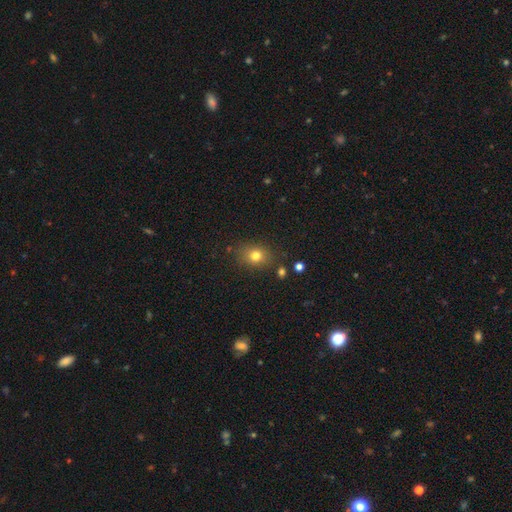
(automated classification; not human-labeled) smooth 77%, star or artifact 14%, featured or disk 9%. Down the decision tree: how rounded — round (52%); merging — none (82%).